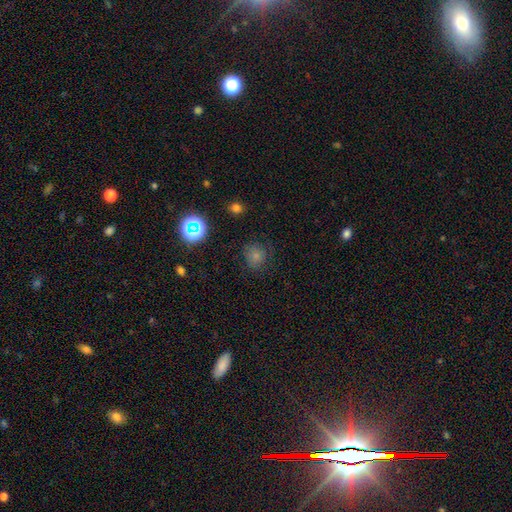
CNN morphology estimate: Smooth or featured: smooth — 73% (star or artifact — 19%)
How rounded: round — 84% (in between — 15%)
Merging: none — 76% (minor disturbance — 17%)